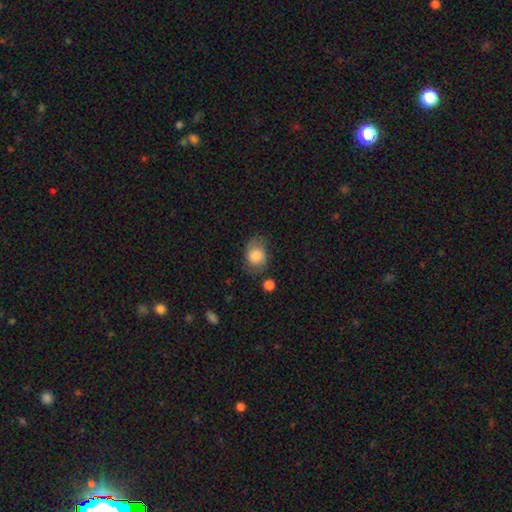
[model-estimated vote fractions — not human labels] This is likely a smooth galaxy (78%). How rounded: possibly in between (53%). Merging: likely none (62%).